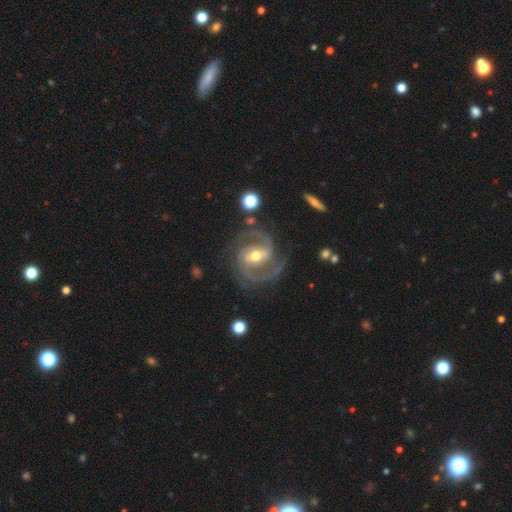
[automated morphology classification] Smooth or featured? Predicted: featured or disk (p=0.90). Edge-on disk? Predicted: no (p=0.97). Bar? Predicted: strong (p=0.45). Spiral arms? Predicted: yes (p=0.98). Spiral winding? Predicted: medium (p=0.49). Spiral arm count? Predicted: 2 (p=0.78). Bulge size? Predicted: moderate (p=0.55). Merging? Predicted: none (p=0.75).